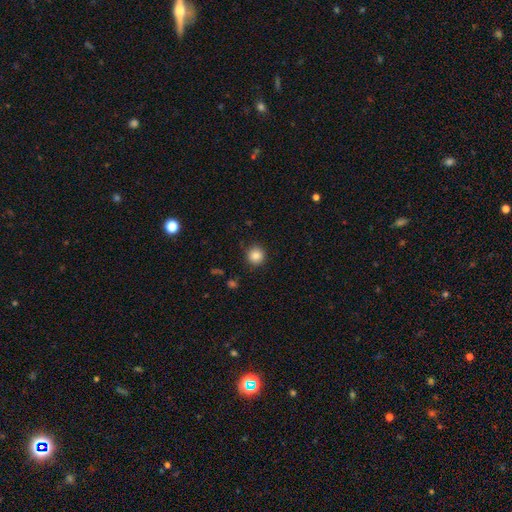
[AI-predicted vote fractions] Smooth or featured? smooth (85%)
How rounded? round (93%)
Merging? none (89%)